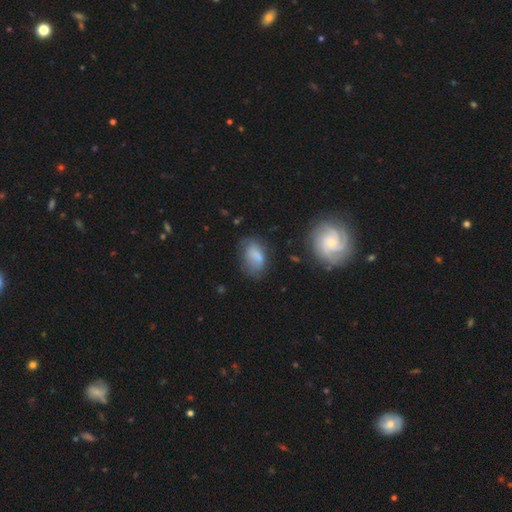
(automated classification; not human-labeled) Smooth or featured? smooth (73%)
How rounded? in between (88%)
Merging? none (50%)